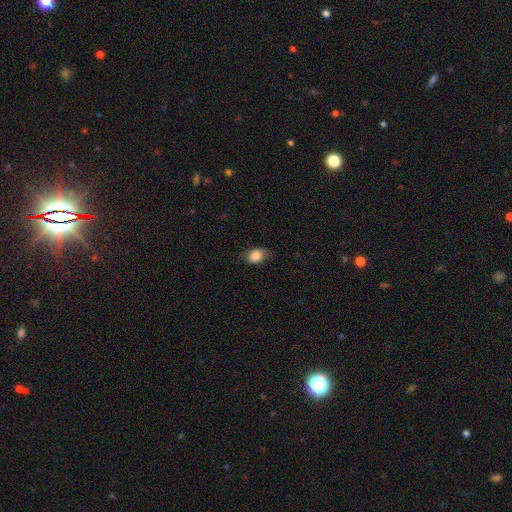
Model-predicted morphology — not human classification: Smooth or featured? smooth (85%)
How rounded? in between (66%)
Merging? none (72%)